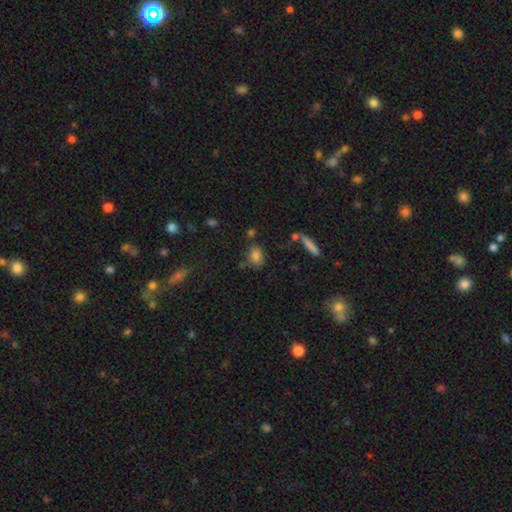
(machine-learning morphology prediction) Smooth or featured: smooth — 79% (star or artifact — 11%)
How rounded: in between — 70% (round — 26%)
Merging: none — 71% (minor disturbance — 16%)